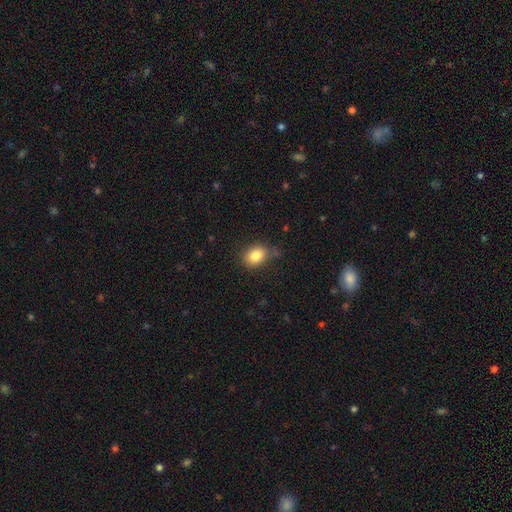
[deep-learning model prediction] Smooth or featured: smooth — 83% (star or artifact — 10%)
How rounded: in between — 59% (round — 40%)
Merging: none — 73% (minor disturbance — 19%)